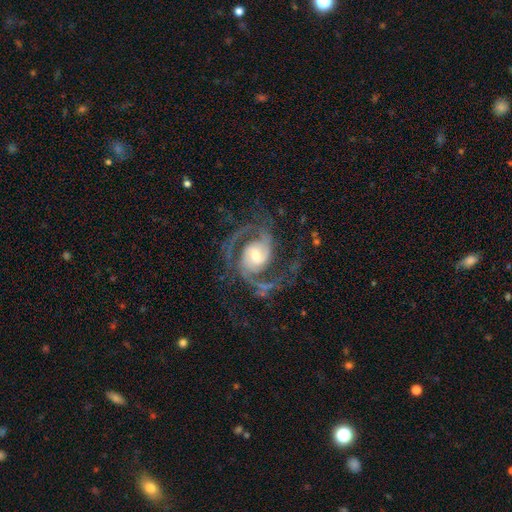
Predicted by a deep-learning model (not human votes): Morphology: type=featured or disk (93%); edge-on=no (98%); bar=no (45%); spiral arms=yes (98%); winding=medium (58%); arm count=2 (67%); bulge=moderate (55%); merging=none (67%).